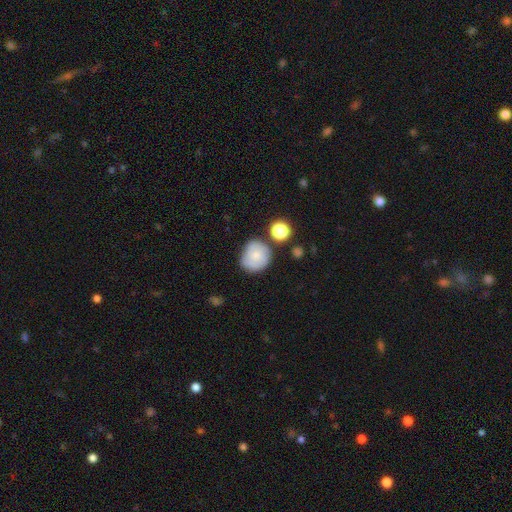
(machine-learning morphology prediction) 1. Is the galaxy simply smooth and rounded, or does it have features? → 58% smooth, 33% featured or disk, 9% star or artifact.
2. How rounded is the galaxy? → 82% round, 16% in between, 1% cigar-shaped.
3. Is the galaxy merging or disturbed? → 65% none, 20% minor disturbance, 9% merger, 6% major disturbance.